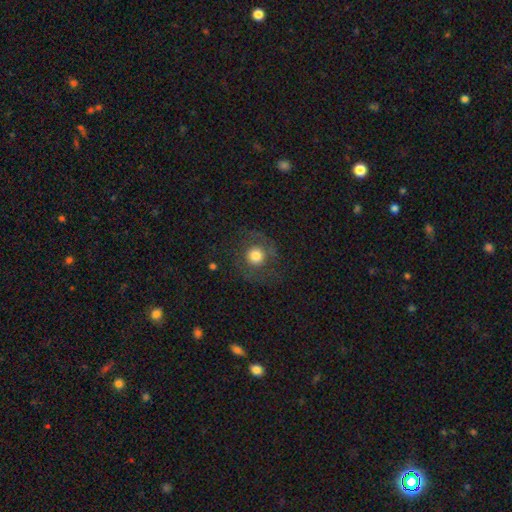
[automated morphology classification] smooth_or_featured: smooth (p=0.60) [alt: featured or disk p=0.29]
how_rounded: round (p=0.91) [alt: in between p=0.08]
merging: none (p=0.74) [alt: minor disturbance p=0.13]